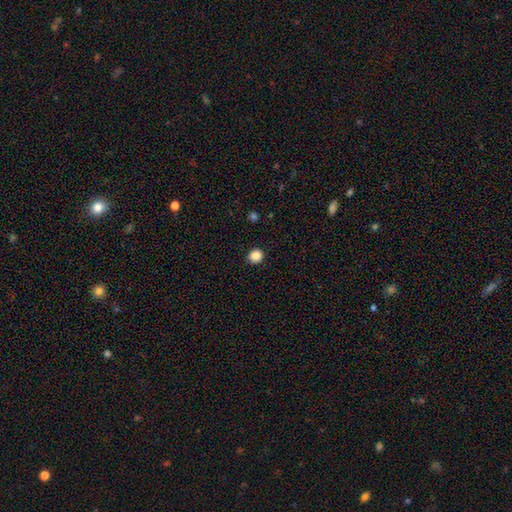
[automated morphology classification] A smooth galaxy with no disk features (87%) that is round (84%).

Vote fractions:
- Smooth or featured? smooth: 87% / star or artifact: 11% / featured or disk: 3%
- How rounded? round: 84% / in between: 15% / cigar-shaped: 1%
- Merging? none: 91% / minor disturbance: 6% / major disturbance: 2% / merger: 1%